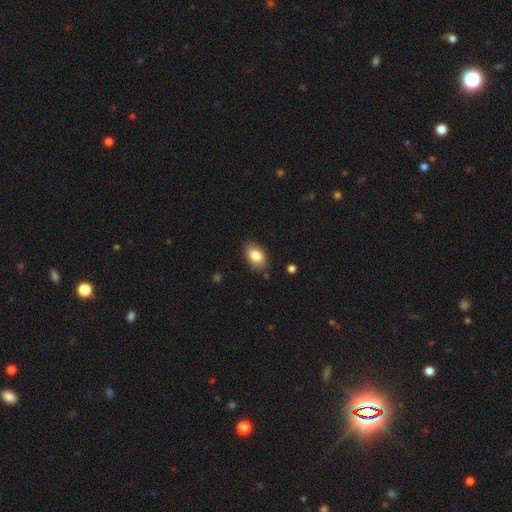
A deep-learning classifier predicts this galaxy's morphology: Smooth or featured?
  - smooth: 84% *
  - featured or disk: 9%
  - star or artifact: 7%
How rounded?
  - in between: 90% *
  - round: 8%
  - cigar-shaped: 1%
Merging?
  - none: 84% *
  - minor disturbance: 12%
  - major disturbance: 3%
  - merger: 1%